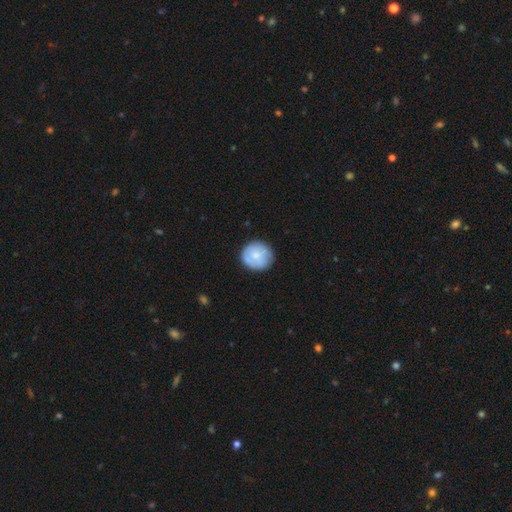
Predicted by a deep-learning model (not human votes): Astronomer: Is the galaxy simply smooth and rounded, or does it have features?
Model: smooth — 75%.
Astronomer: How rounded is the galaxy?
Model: round — 91%.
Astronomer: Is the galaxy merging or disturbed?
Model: none — 84%.